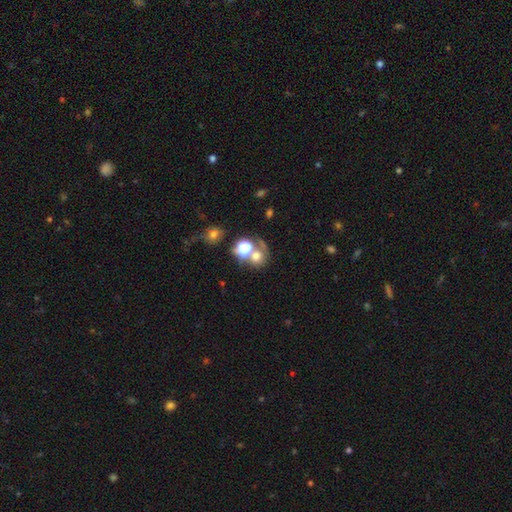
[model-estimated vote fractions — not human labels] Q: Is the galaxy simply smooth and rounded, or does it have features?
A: smooth — 63%.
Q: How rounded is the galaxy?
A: round — 79%.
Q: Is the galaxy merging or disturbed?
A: none — 42%.